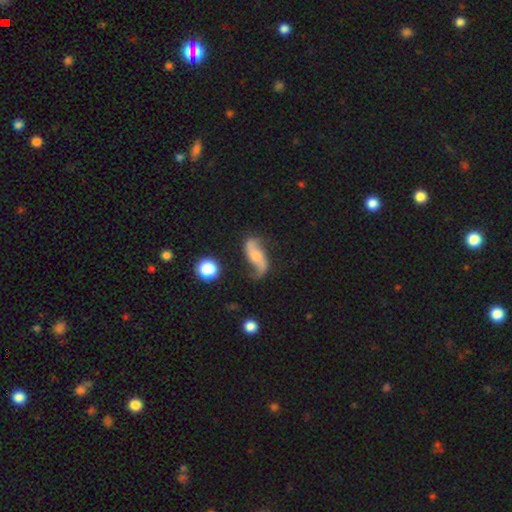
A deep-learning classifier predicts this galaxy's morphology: This is likely a featured or disk galaxy (78%). It is clearly not viewed edge-on (93%). Bar: possibly no (55%). Spiral arm pattern: clearly yes (93%). Spiral arm count: clearly 2 (91%). Spiral winding: clearly loose (87%). Central bulge: possibly moderate (49%). Merging: likely none (63%).